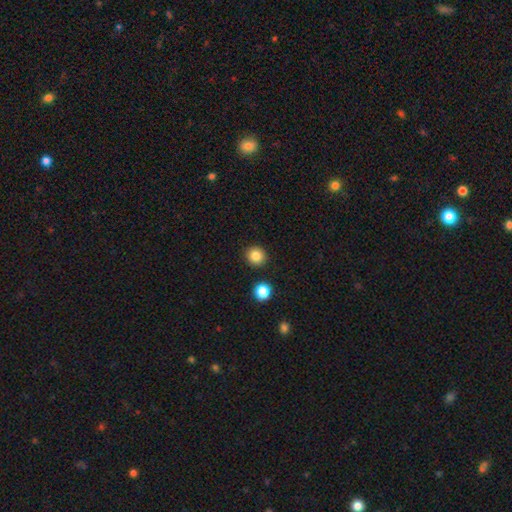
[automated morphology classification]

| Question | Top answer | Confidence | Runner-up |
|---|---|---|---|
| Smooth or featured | smooth | 85% | star or artifact (11%) |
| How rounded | round | 91% | in between (8%) |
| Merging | none | 90% | minor disturbance (6%) |